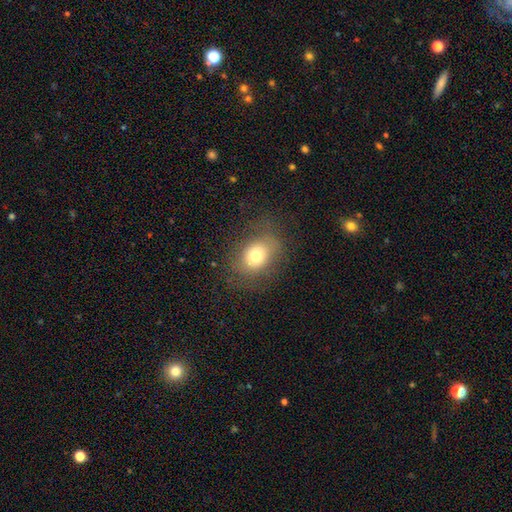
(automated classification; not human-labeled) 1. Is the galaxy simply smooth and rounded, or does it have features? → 72% smooth, 16% featured or disk, 11% star or artifact.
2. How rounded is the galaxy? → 60% in between, 39% round, 1% cigar-shaped.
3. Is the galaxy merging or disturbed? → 72% none, 17% minor disturbance, 10% major disturbance, 1% merger.